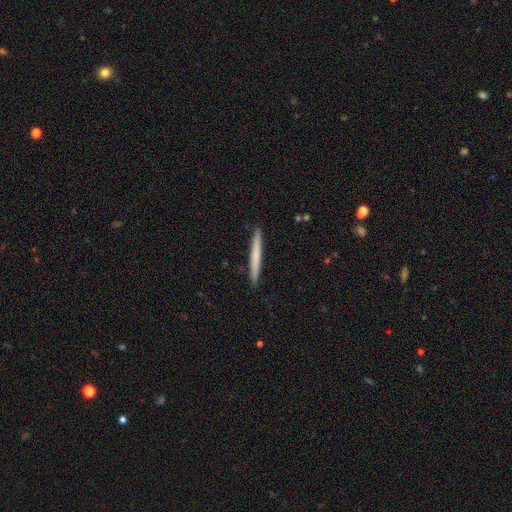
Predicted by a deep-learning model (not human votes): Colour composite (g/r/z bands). It shows a smooth galaxy with no disk features (64%) that is cigar-shaped (97%). Merging: none (92%).